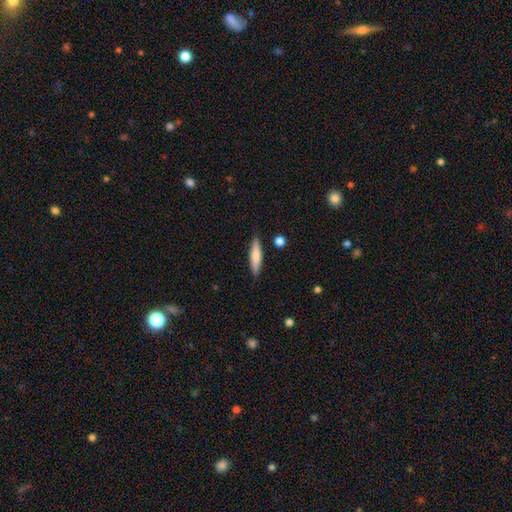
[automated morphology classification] Smooth or featured? smooth (66%)
How rounded? cigar-shaped (78%)
Merging? none (86%)